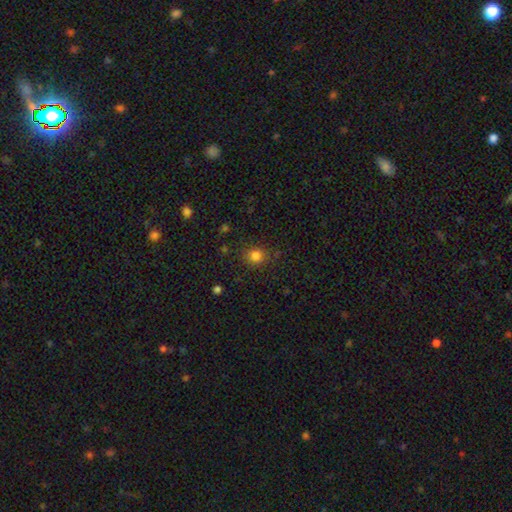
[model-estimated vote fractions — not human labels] A smooth galaxy with no disk features (81%) that is round (82%).

Vote fractions:
- Smooth or featured? smooth: 81% / star or artifact: 13% / featured or disk: 5%
- How rounded? round: 82% / in between: 17% / cigar-shaped: 1%
- Merging? none: 84% / minor disturbance: 11% / major disturbance: 4% / merger: 2%